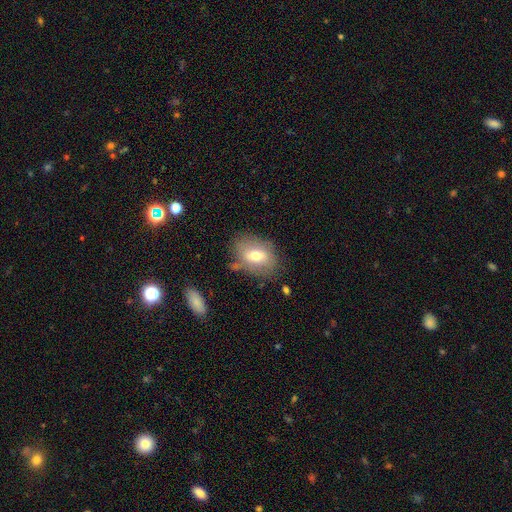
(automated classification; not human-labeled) The model was most divided on "smooth or featured": smooth: 60%, featured or disk: 31%, star or artifact: 9%. More confident: how rounded — in between (75%); merging — none (68%).